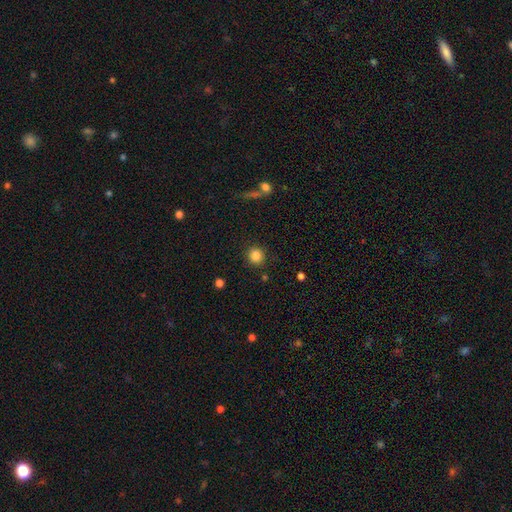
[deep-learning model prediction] Q: Smooth or featured?
A: smooth (84%); runner-up: star or artifact (11%)
Q: How rounded?
A: round (91%); runner-up: in between (8%)
Q: Merging?
A: none (89%); runner-up: minor disturbance (6%)